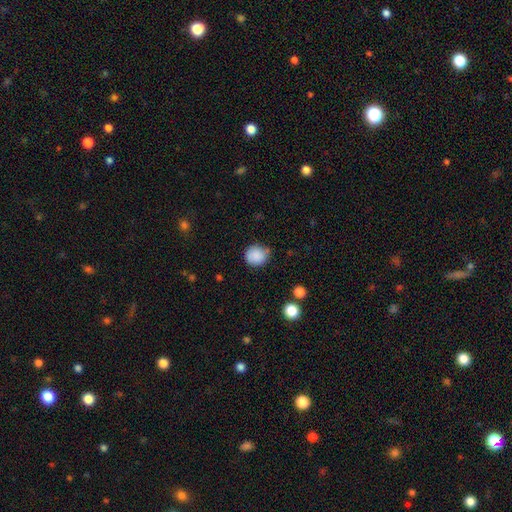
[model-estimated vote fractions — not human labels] Q: Smooth or featured?
A: smooth (87%); runner-up: star or artifact (9%)
Q: How rounded?
A: round (82%); runner-up: in between (17%)
Q: Merging?
A: none (73%); runner-up: minor disturbance (20%)